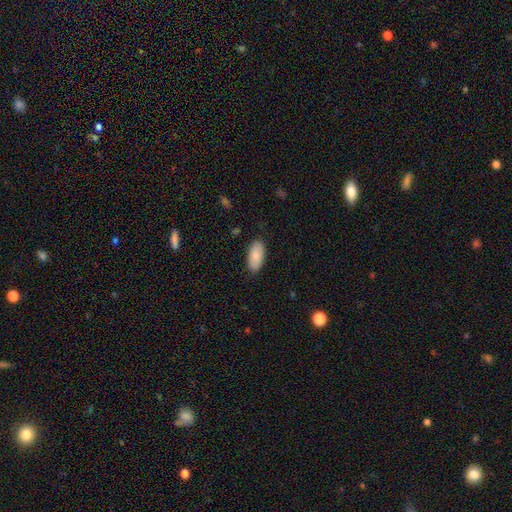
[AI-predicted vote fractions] The model was most divided on "smooth or featured": smooth: 81%, featured or disk: 12%, star or artifact: 6%. More confident: how rounded — in between (93%); merging — none (86%).